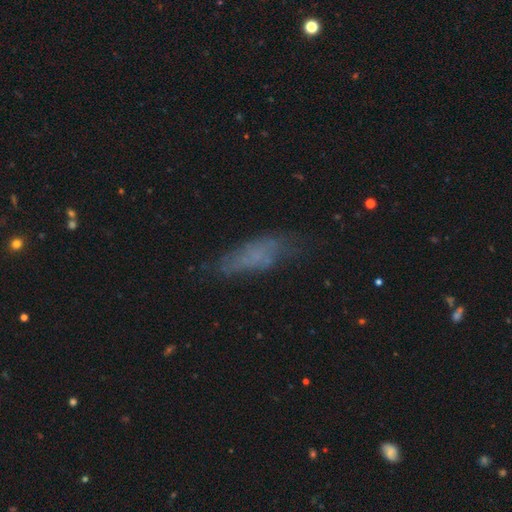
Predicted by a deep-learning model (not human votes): Smooth or featured: smooth — 55% (featured or disk — 31%)
How rounded: in between — 54% (cigar-shaped — 44%)
Merging: none — 58% (minor disturbance — 25%)